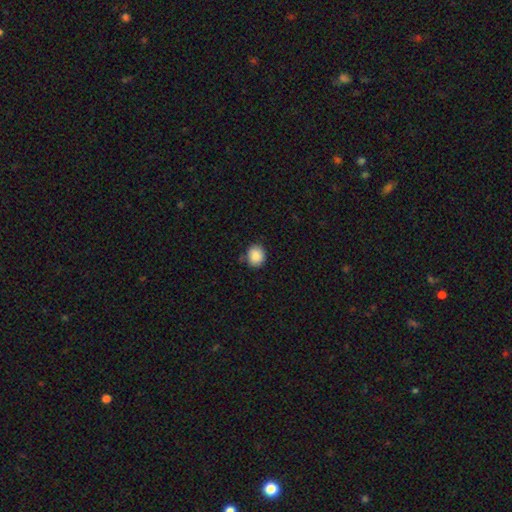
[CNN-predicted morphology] Smooth or featured? smooth (87%)
How rounded? round (75%)
Merging? none (80%)